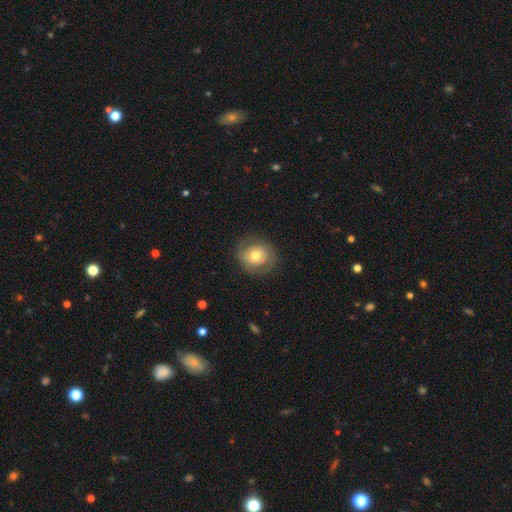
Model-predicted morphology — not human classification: The model was most divided on "smooth or featured": smooth: 50%, featured or disk: 42%, star or artifact: 8%. More confident: merging — none (77%).